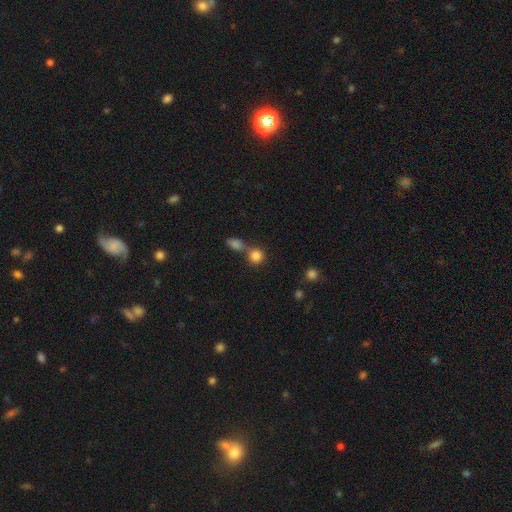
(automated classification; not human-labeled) Smooth or featured: smooth — 83% (star or artifact — 11%)
How rounded: round — 85% (in between — 13%)
Merging: none — 49% (merger — 40%)